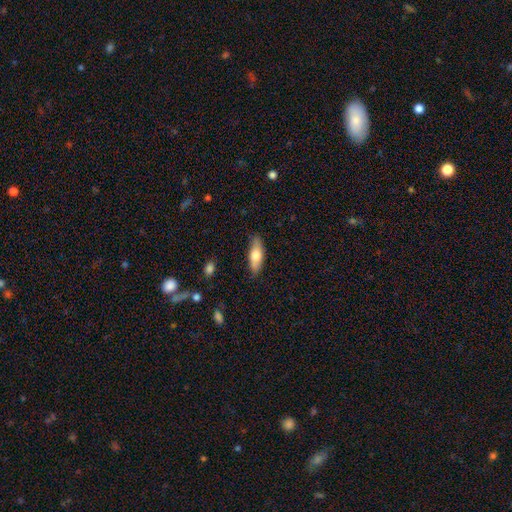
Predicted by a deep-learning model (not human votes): A smooth galaxy with no disk features (69%) that is in between round and cigar-shaped (62%). Merging: none (83%).